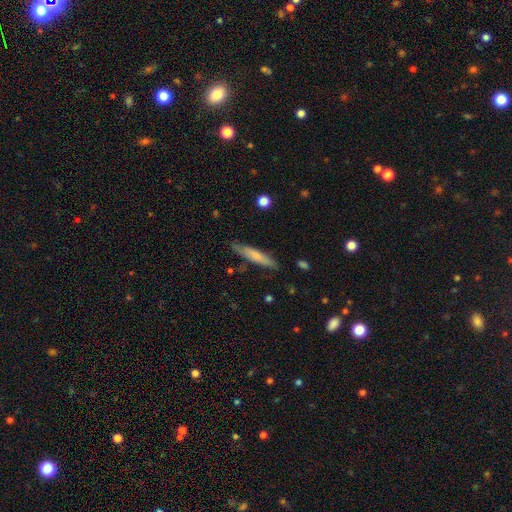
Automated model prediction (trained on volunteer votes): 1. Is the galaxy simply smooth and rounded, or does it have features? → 63% smooth, 31% featured or disk, 6% star or artifact.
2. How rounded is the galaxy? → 87% cigar-shaped, 11% in between, 1% round.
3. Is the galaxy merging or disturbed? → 80% none, 16% minor disturbance, 3% major disturbance, 2% merger.